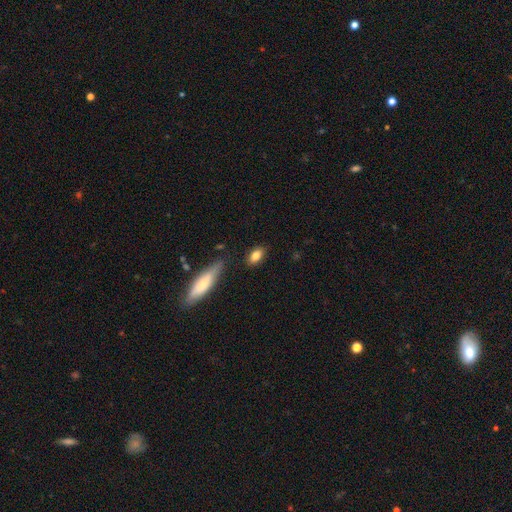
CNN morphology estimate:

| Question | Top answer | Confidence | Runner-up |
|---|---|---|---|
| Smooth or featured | smooth | 81% | featured or disk (11%) |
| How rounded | in between | 85% | round (9%) |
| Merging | none | 83% | minor disturbance (12%) |